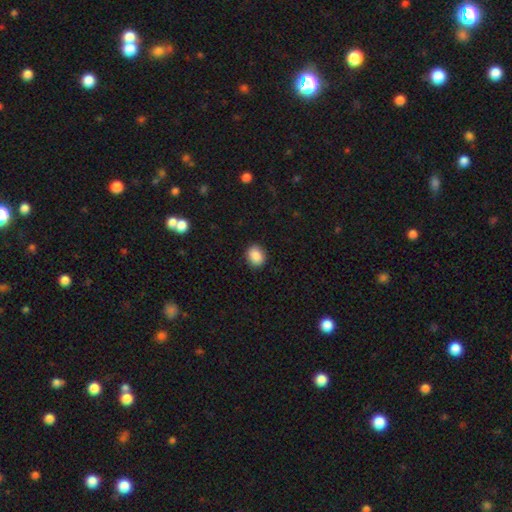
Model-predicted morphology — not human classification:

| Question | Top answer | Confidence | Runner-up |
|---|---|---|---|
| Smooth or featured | smooth | 89% | star or artifact (8%) |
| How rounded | round | 50% | in between (49%) |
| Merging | none | 89% | minor disturbance (8%) |